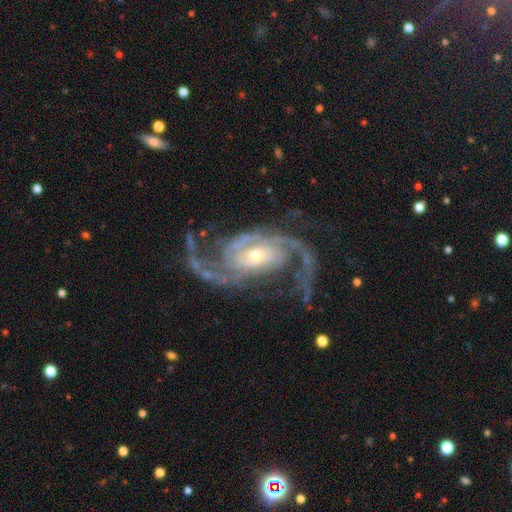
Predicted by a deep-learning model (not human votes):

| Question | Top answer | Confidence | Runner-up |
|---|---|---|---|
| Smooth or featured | featured or disk | 93% | star or artifact (4%) |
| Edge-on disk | no | 98% | yes (2%) |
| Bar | no | 52% | weak (32%) |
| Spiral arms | yes | 98% | no (2%) |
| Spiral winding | medium | 53% | loose (25%) |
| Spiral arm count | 2 | 72% | 3 (12%) |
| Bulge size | small | 47% | moderate (46%) |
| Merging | none | 69% | minor disturbance (15%) |